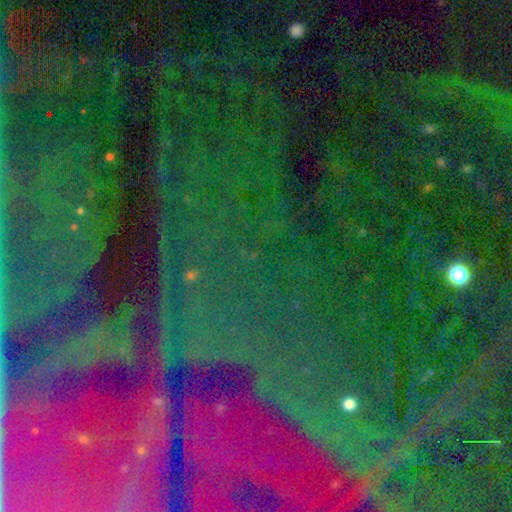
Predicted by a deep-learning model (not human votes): smooth-or-featured: star or artifact: 82% | featured or disk: 10% | smooth: 8%